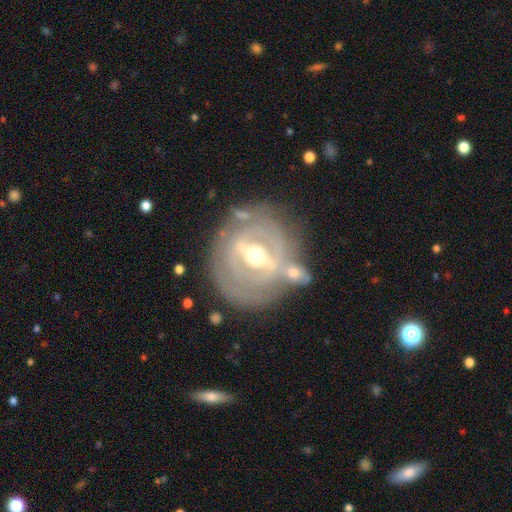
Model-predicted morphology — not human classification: A featured or disk galaxy (85%) with a strong bar (53%), tight (72%) spiral arms (68%) and a moderate central bulge (69%). Merging: none (67%).